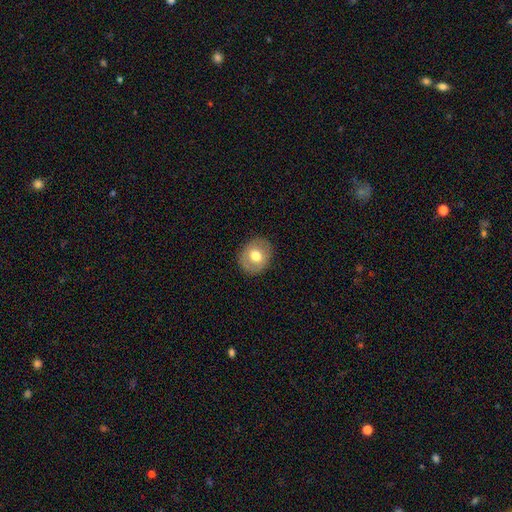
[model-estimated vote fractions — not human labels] Smooth or featured? smooth (67%)
How rounded? round (74%)
Merging? none (88%)